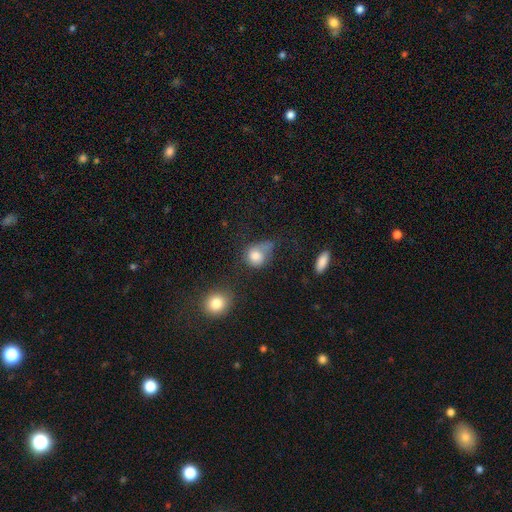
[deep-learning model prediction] This appears to be a smooth galaxy with no disk features (75%) that is round (63%). Merging: major disturbance (33%).